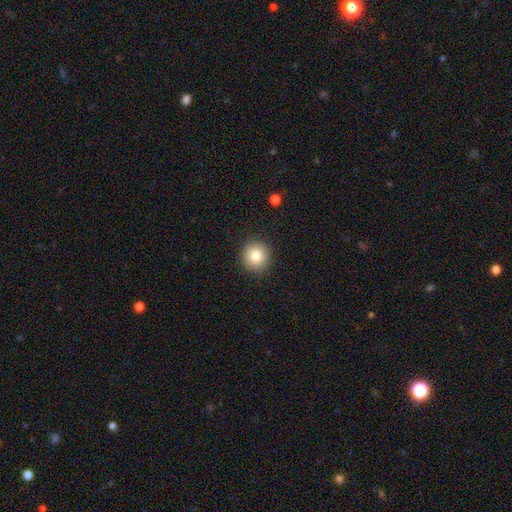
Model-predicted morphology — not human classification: Smooth or featured?
  - smooth: 82% *
  - star or artifact: 10%
  - featured or disk: 8%
How rounded?
  - round: 90% *
  - in between: 9%
  - cigar-shaped: 1%
Merging?
  - none: 90% *
  - minor disturbance: 7%
  - major disturbance: 2%
  - merger: 1%